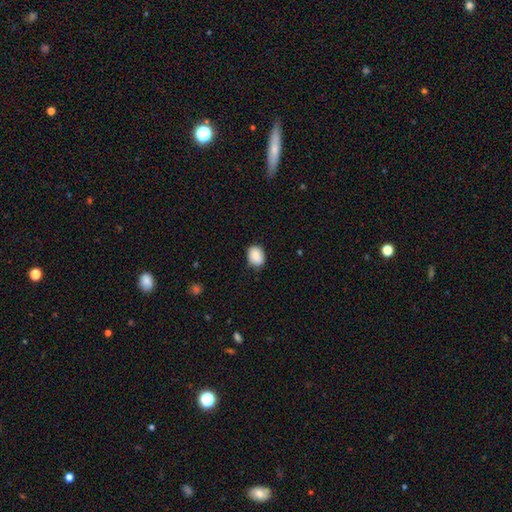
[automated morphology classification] smooth 86%, star or artifact 8%, featured or disk 7%. Down the decision tree: how rounded — in between (61%); merging — none (81%).